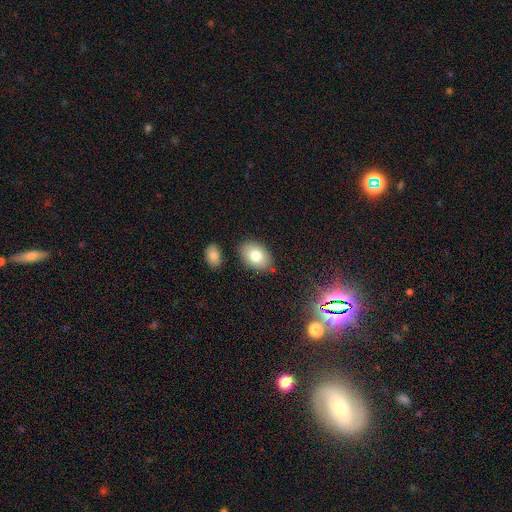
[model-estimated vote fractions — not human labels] smooth 78%, featured or disk 14%, star or artifact 8%. Down the decision tree: how rounded — in between (82%); merging — none (80%).